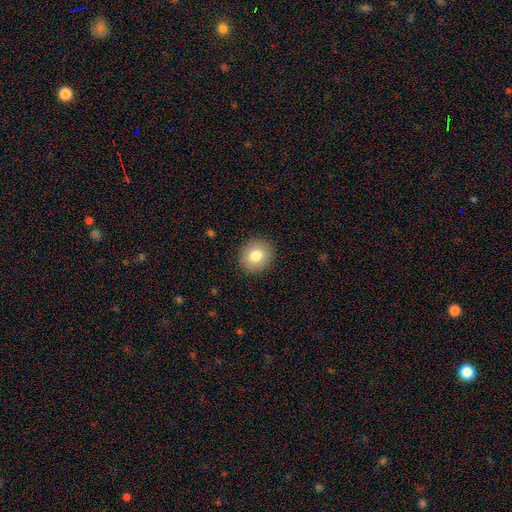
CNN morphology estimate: Smooth or featured: smooth — 81% (featured or disk — 10%)
How rounded: round — 78% (in between — 21%)
Merging: none — 90% (minor disturbance — 7%)